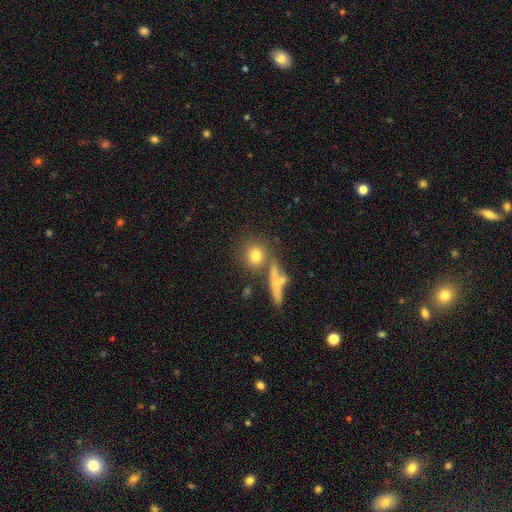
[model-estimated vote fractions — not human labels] Q: Smooth or featured?
A: smooth (75%); runner-up: featured or disk (14%)
Q: How rounded?
A: round (87%); runner-up: in between (10%)
Q: Merging?
A: none (70%); runner-up: merger (16%)